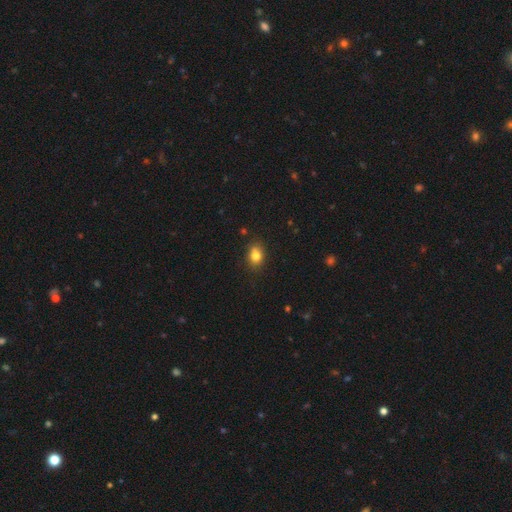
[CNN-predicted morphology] Q: Smooth or featured?
A: smooth (81%); runner-up: star or artifact (11%)
Q: How rounded?
A: in between (64%); runner-up: round (35%)
Q: Merging?
A: none (79%); runner-up: minor disturbance (16%)